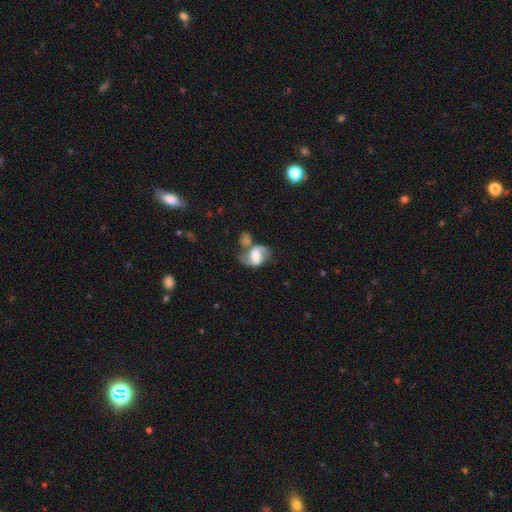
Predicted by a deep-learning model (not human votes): featured or disk 60%, smooth 32%, star or artifact 9%. Down the decision tree: edge-on disk — no (97%); bar — weak (40%); spiral arms — yes (81%); bulge size — large (38%); merging — none (36%).